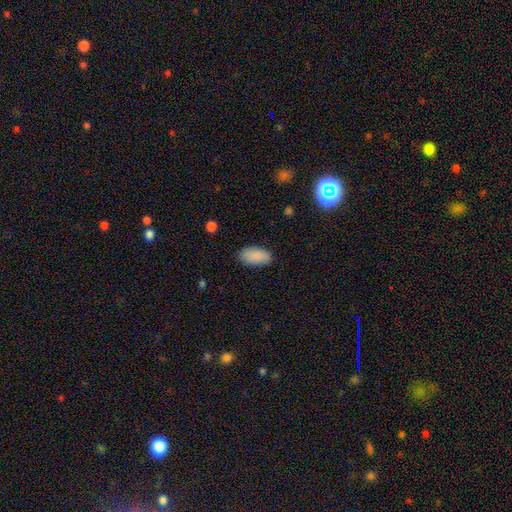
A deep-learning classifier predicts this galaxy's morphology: A smooth galaxy with no disk features (89%) that is in between round and cigar-shaped (94%).

Vote fractions:
- Smooth or featured? smooth: 89% / star or artifact: 7% / featured or disk: 4%
- How rounded? in between: 94% / cigar-shaped: 3% / round: 2%
- Merging? none: 87% / minor disturbance: 10% / major disturbance: 2% / merger: 1%